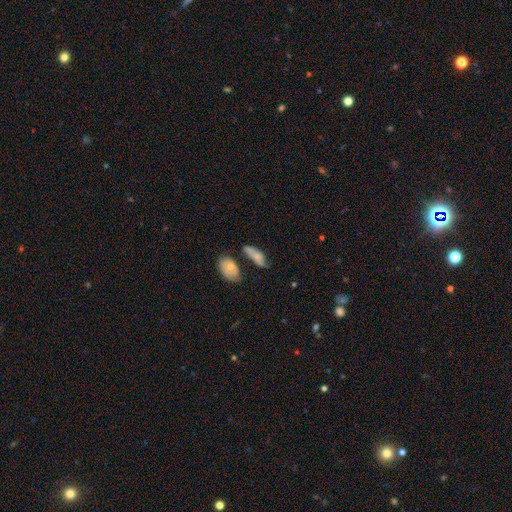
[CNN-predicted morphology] type=smooth (61%); roundness=in between (81%); merging=none (40%).